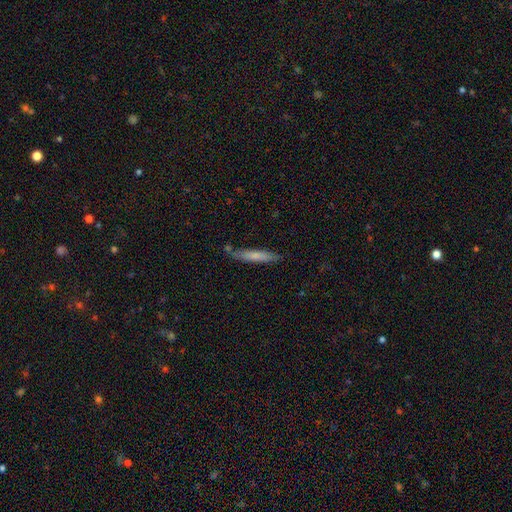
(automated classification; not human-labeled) Morphology: type=smooth (66%); roundness=cigar-shaped (91%); merging=none (77%).